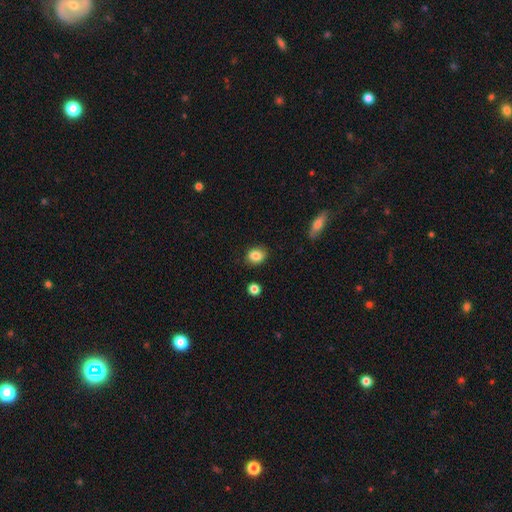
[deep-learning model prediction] This is clearly a smooth galaxy (85%). How rounded: possibly round (54%). Merging: clearly none (85%).